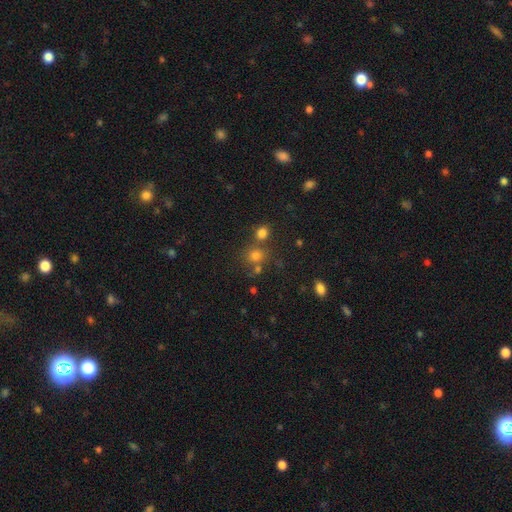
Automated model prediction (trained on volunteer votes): This is likely a smooth galaxy (72%). How rounded: clearly round (81%). Merging: likely none (61%).